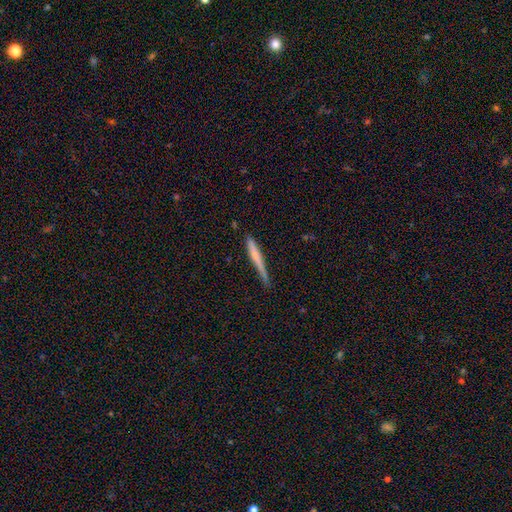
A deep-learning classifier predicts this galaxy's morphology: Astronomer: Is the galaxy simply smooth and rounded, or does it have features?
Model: smooth — 60%.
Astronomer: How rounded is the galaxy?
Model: cigar-shaped — 96%.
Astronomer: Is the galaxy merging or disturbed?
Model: none — 73%.